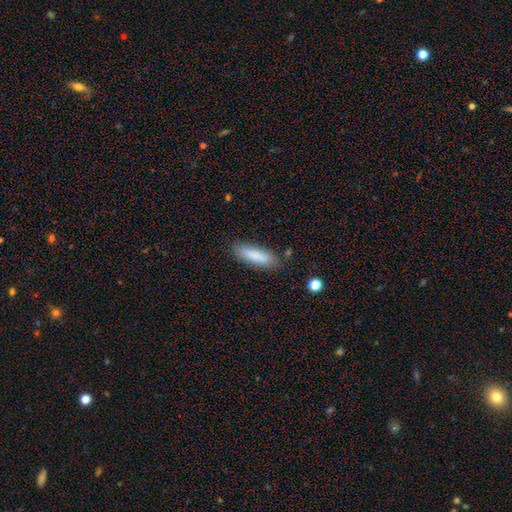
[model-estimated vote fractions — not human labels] Smooth or featured? smooth (86%)
How rounded? cigar-shaped (56%)
Merging? none (83%)